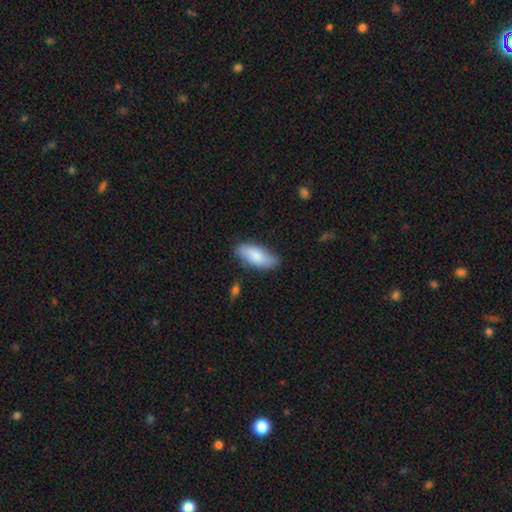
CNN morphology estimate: This appears to be a smooth galaxy with no disk features (81%) that is in between round and cigar-shaped (81%). Merging: none (74%).